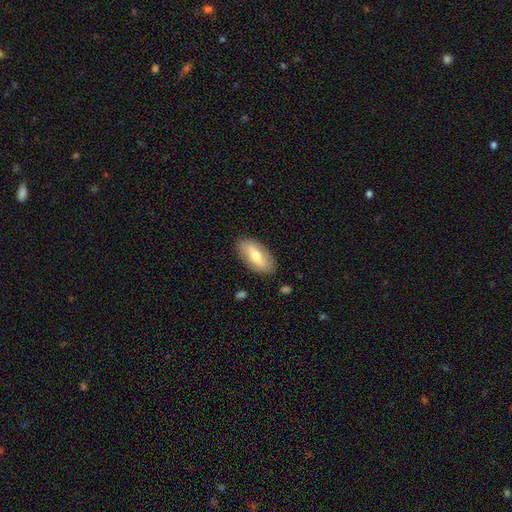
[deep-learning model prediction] This is likely a smooth galaxy (66%). How rounded: clearly in between (88%). Merging: clearly none (86%).